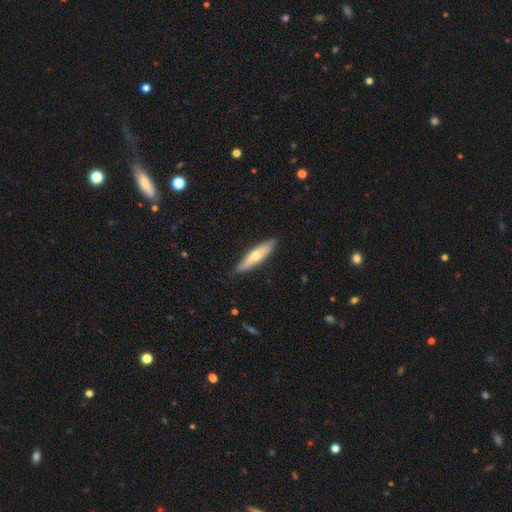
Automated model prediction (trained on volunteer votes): Smooth or featured? Predicted: smooth (p=0.53). How rounded? Predicted: cigar-shaped (p=0.73). Merging? Predicted: none (p=0.84).